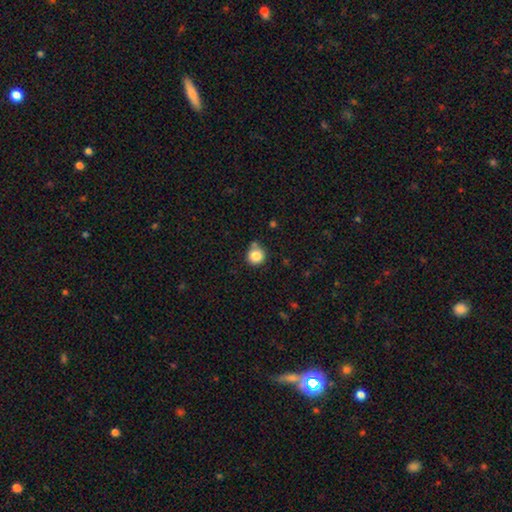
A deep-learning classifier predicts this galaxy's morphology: smooth 84%, star or artifact 10%, featured or disk 6%. Down the decision tree: how rounded — round (93%); merging — none (71%).